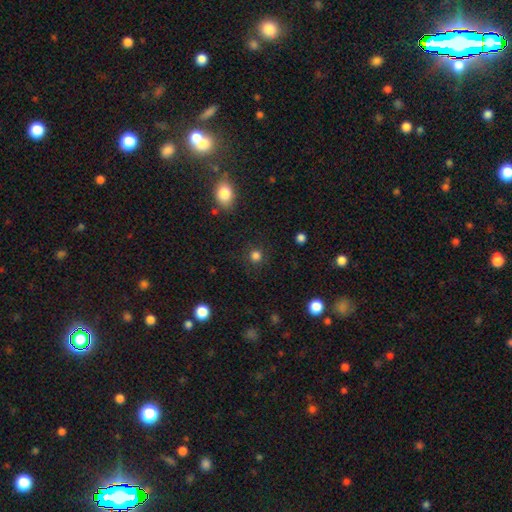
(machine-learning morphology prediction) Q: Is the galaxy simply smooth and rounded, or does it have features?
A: smooth — 81%.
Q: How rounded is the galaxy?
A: round — 91%.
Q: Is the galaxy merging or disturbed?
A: none — 85%.